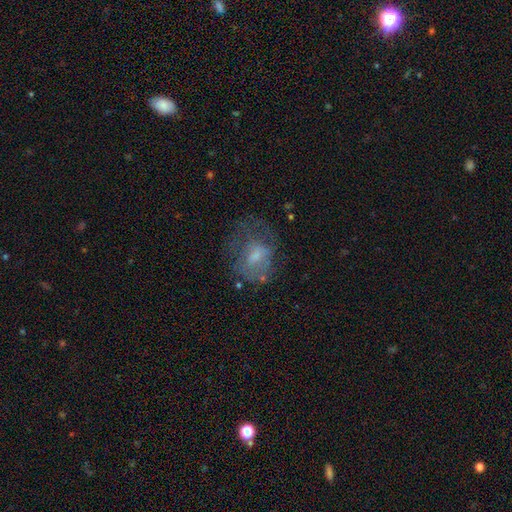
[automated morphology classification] smooth 44%, featured or disk 43%, star or artifact 13%. Down the decision tree: merging — none (41%).